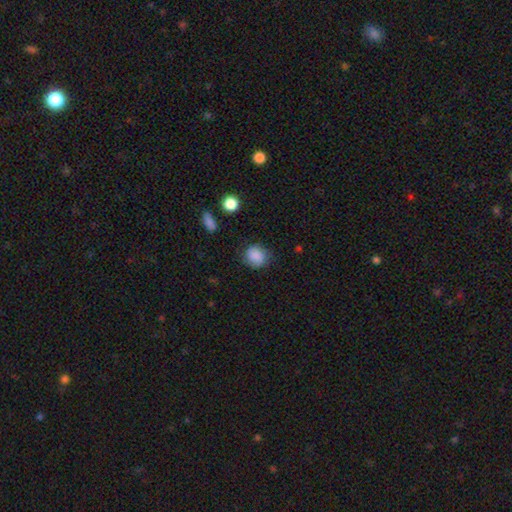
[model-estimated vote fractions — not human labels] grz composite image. It shows a smooth galaxy with no disk features (81%) that is round (80%). Merging: none (77%).